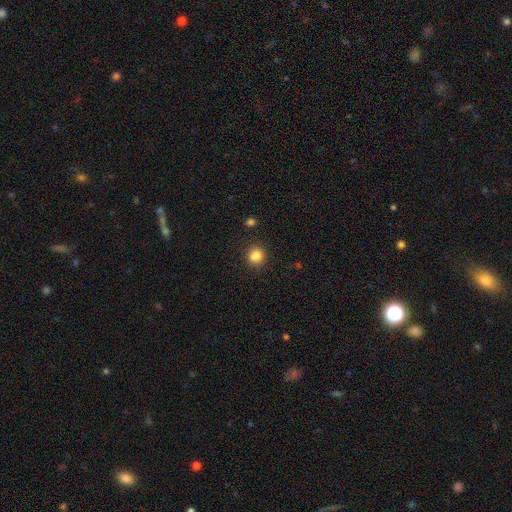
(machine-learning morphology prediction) Q: Smooth or featured?
A: smooth (85%); runner-up: star or artifact (11%)
Q: How rounded?
A: round (87%); runner-up: in between (12%)
Q: Merging?
A: none (88%); runner-up: minor disturbance (8%)